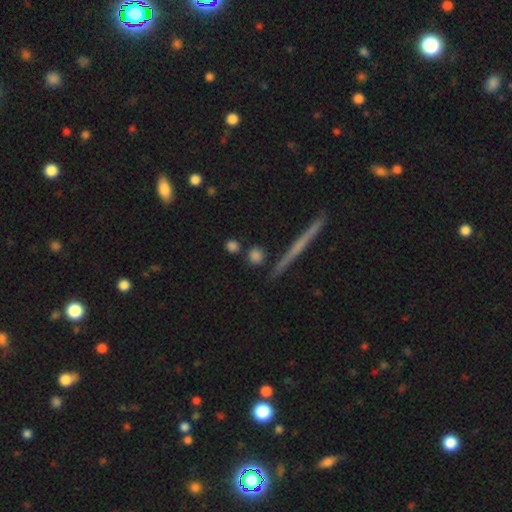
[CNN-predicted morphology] This is clearly a smooth galaxy (81%). How rounded: clearly round (83%). Merging: clearly none (82%).